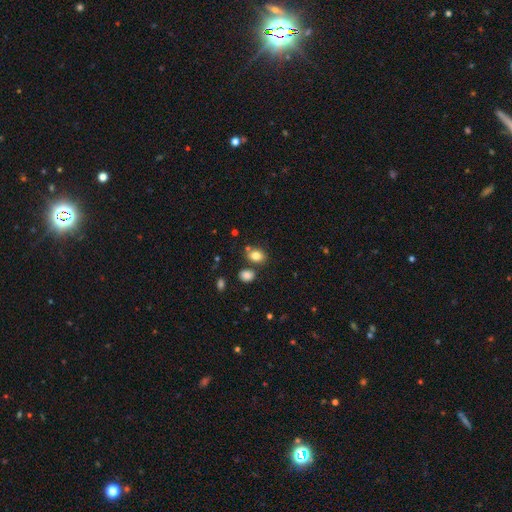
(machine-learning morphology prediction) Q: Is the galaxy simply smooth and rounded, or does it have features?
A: smooth — 82%.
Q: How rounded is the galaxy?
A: in between — 61%.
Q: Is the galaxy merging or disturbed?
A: none — 71%.